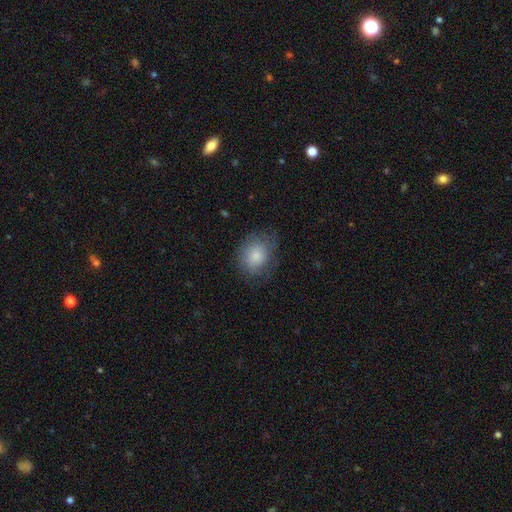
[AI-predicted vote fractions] Smooth or featured? Predicted: smooth (p=0.77). How rounded? Predicted: round (p=0.52). Merging? Predicted: none (p=0.71).